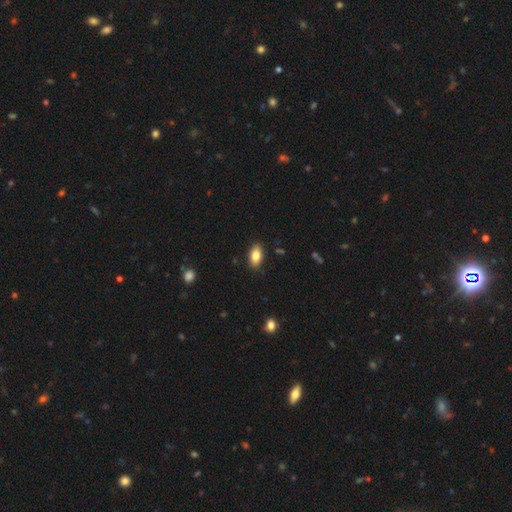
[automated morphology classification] A smooth galaxy with no disk features (83%) that is in between round and cigar-shaped (91%).

Vote fractions:
- Smooth or featured? smooth: 83% / featured or disk: 9% / star or artifact: 8%
- How rounded? in between: 91% / round: 5% / cigar-shaped: 4%
- Merging? none: 86% / minor disturbance: 10% / major disturbance: 2% / merger: 1%